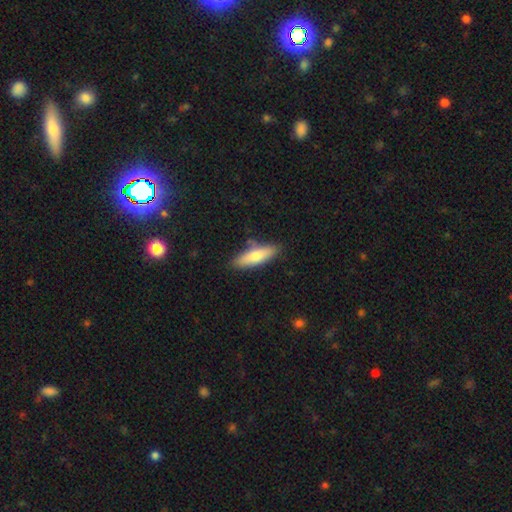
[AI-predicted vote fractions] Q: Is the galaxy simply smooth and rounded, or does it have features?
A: smooth — 73%.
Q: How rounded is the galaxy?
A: cigar-shaped — 53%.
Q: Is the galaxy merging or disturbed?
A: none — 80%.